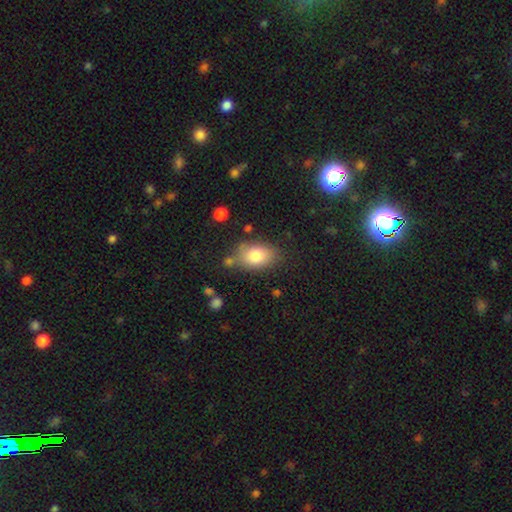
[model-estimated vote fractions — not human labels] The model was most divided on "merging": none: 70%, minor disturbance: 18%, merger: 7%, major disturbance: 5%. More confident: how rounded — in between (85%); smooth or featured — smooth (81%).